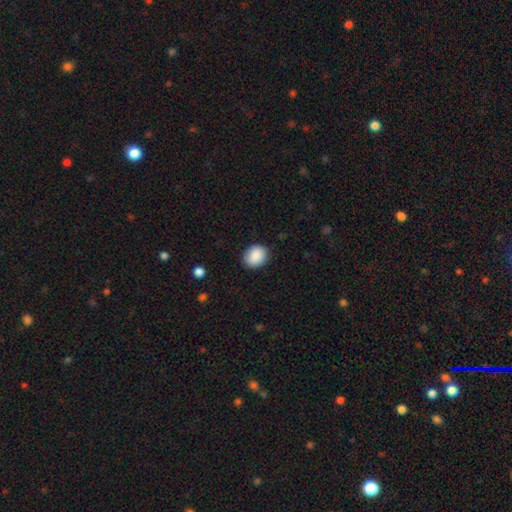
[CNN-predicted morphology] This is clearly a smooth galaxy (89%). How rounded: possibly round (54%). Merging: clearly none (85%).